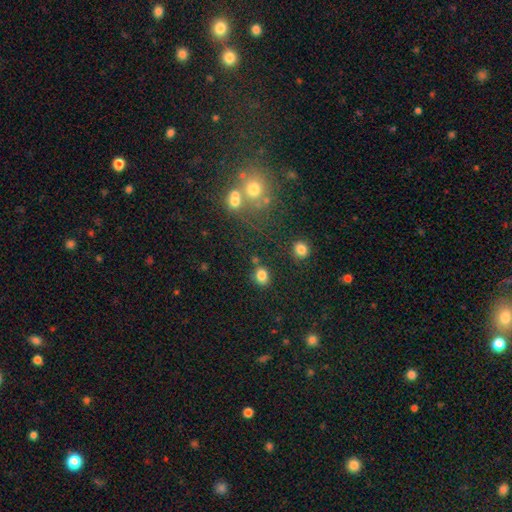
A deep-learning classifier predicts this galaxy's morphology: Smooth or featured? Predicted: smooth (p=0.45). Merging? Predicted: none (p=0.56).